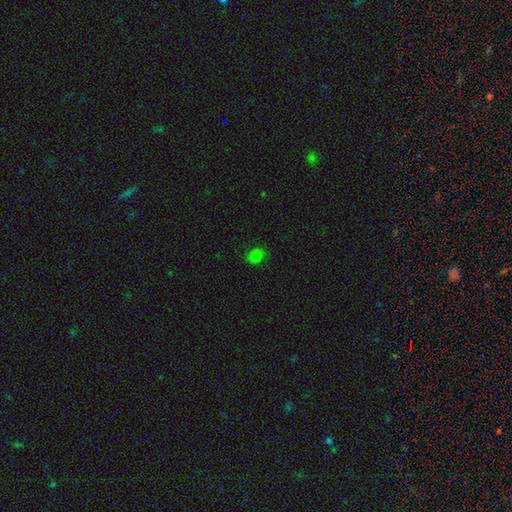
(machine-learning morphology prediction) A smooth galaxy with no disk features (72%) that is round (54%).

Vote fractions:
- Smooth or featured? smooth: 72% / star or artifact: 21% / featured or disk: 7%
- How rounded? round: 54% / in between: 45% / cigar-shaped: 1%
- Merging? none: 76% / minor disturbance: 18% / major disturbance: 5% / merger: 2%